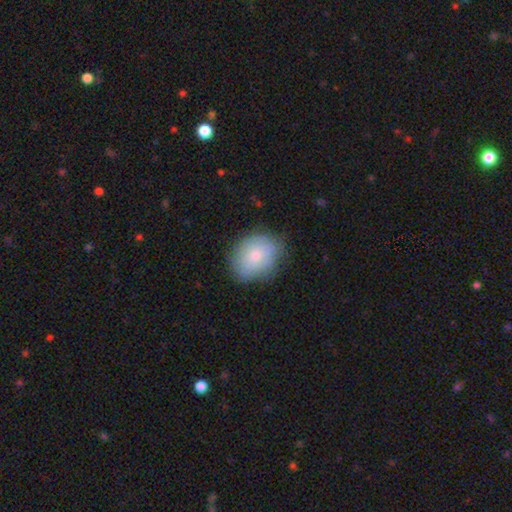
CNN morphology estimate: This appears to be a smooth galaxy with no disk features (75%) that is in between round and cigar-shaped (52%). Merging: none (73%).